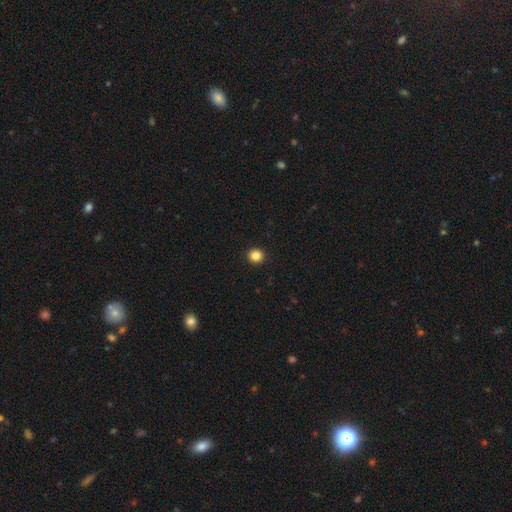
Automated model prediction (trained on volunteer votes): This is clearly a smooth galaxy (85%). How rounded: clearly round (92%). Merging: clearly none (94%).